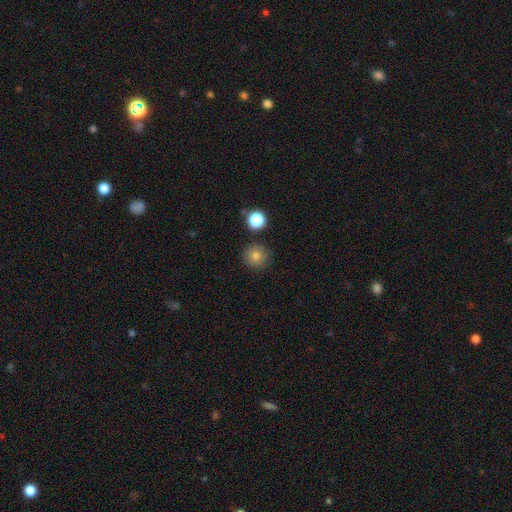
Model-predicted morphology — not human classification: Q: Smooth or featured?
A: smooth (82%); runner-up: star or artifact (12%)
Q: How rounded?
A: round (95%); runner-up: in between (4%)
Q: Merging?
A: none (88%); runner-up: minor disturbance (6%)